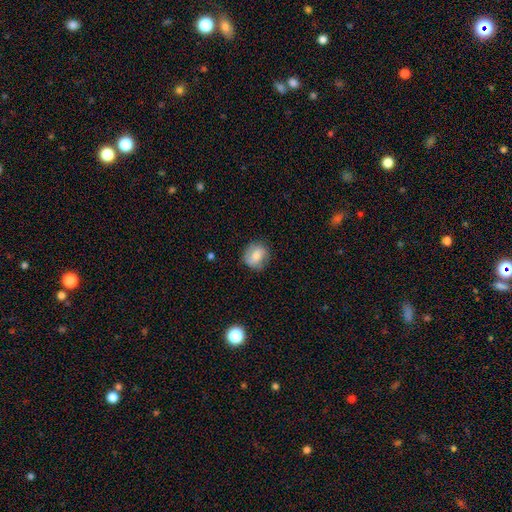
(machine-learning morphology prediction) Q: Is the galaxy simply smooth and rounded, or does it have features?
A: smooth — 72%.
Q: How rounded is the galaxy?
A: round — 71%.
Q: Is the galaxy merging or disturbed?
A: none — 74%.